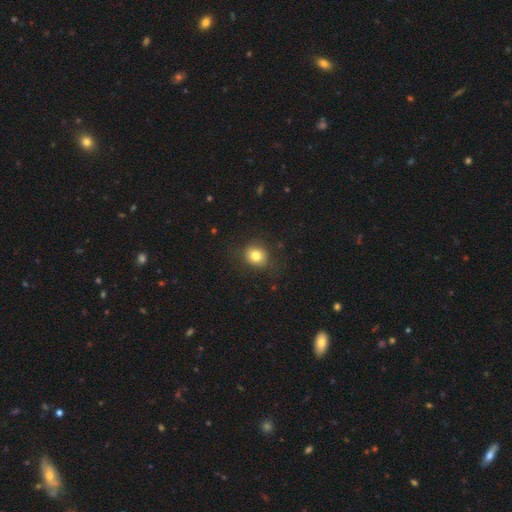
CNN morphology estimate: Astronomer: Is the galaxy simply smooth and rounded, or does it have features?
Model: smooth — 80%.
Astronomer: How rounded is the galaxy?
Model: round — 79%.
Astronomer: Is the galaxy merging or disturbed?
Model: none — 82%.